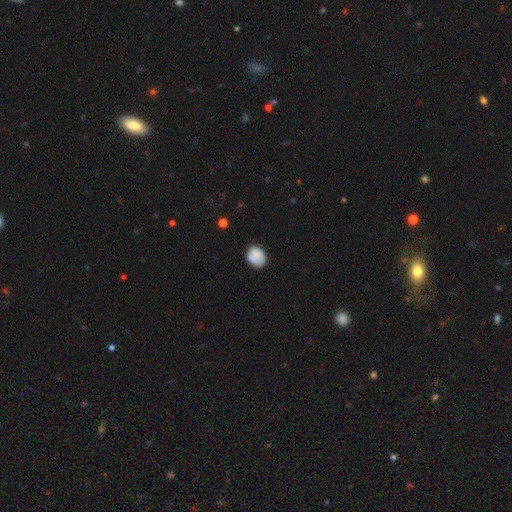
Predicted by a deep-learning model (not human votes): Smooth or featured? Predicted: smooth (p=0.83). How rounded? Predicted: round (p=0.54). Merging? Predicted: none (p=0.75).